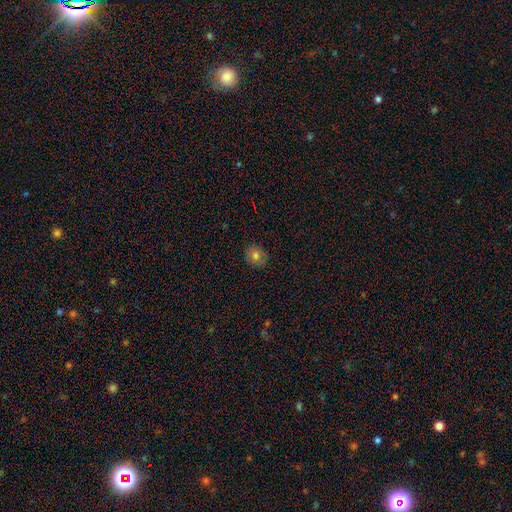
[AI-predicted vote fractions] Q: Smooth or featured?
A: smooth (74%); runner-up: featured or disk (16%)
Q: How rounded?
A: round (69%); runner-up: in between (30%)
Q: Merging?
A: none (84%); runner-up: minor disturbance (12%)